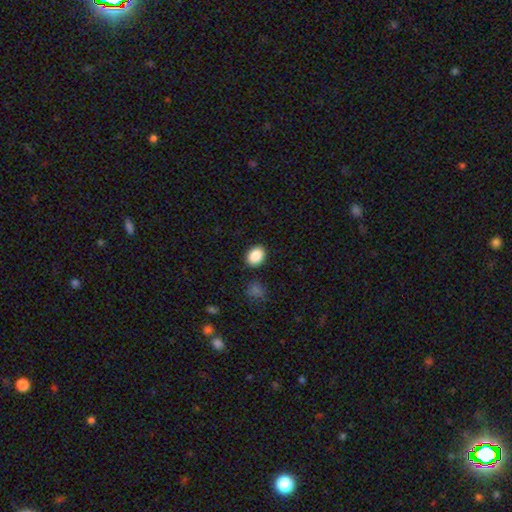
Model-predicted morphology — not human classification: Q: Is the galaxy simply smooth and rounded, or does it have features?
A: smooth — 88%.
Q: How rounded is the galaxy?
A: in between — 70%.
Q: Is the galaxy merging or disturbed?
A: none — 87%.